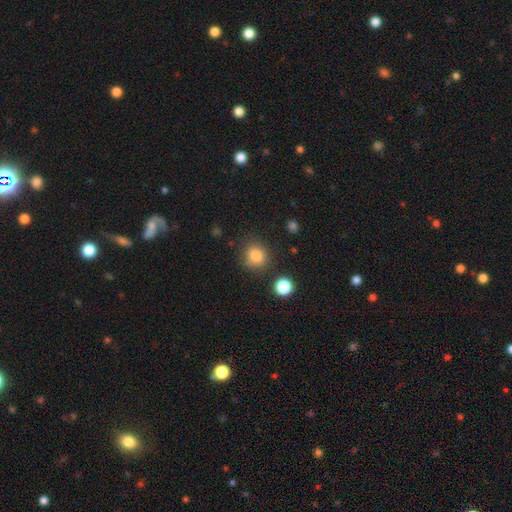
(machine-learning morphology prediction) smooth_or_featured: smooth (p=0.84) [alt: star or artifact p=0.11]
how_rounded: round (p=0.84) [alt: in between p=0.15]
merging: none (p=0.80) [alt: minor disturbance p=0.13]